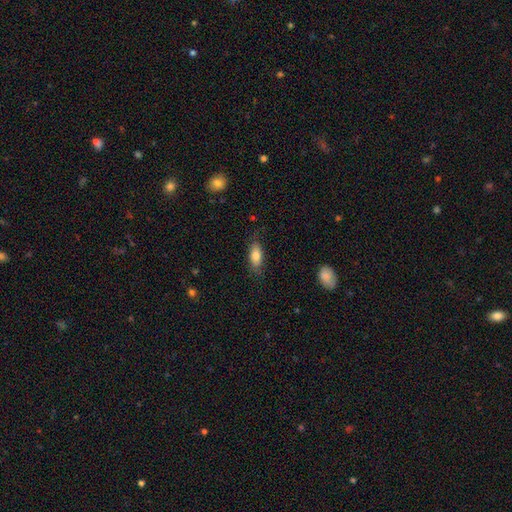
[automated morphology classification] smooth-or-featured: smooth: 79% | featured or disk: 14% | star or artifact: 7%
  how-rounded: in between: 79% | cigar-shaped: 18% | round: 3%
  merging: none: 76% | minor disturbance: 18% | major disturbance: 5% | merger: 1%